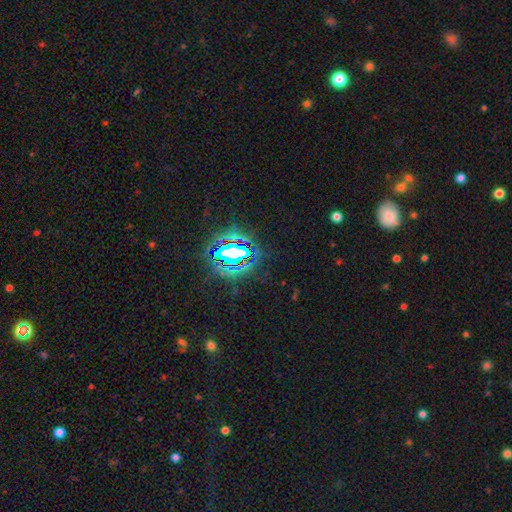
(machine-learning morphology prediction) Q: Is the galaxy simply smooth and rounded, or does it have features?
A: star or artifact — 82%.